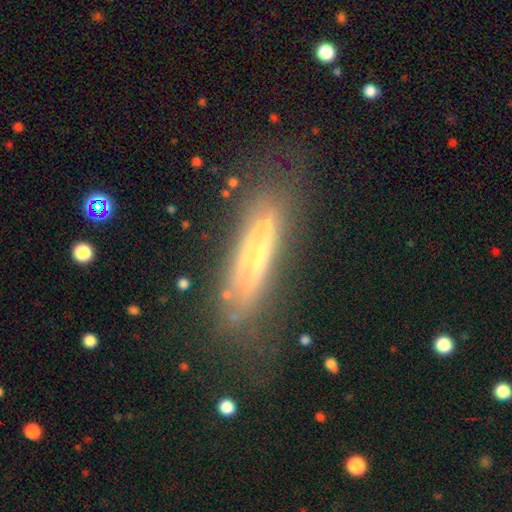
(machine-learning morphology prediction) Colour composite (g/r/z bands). It shows a featured or disk galaxy (55%) viewed edge-on (83%). Merging: none (68%).